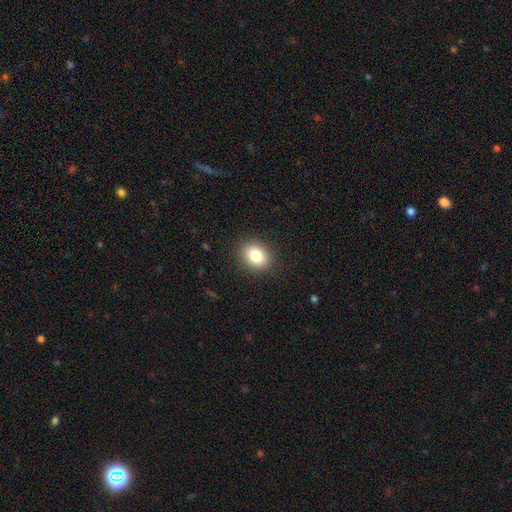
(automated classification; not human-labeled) smooth-or-featured: smooth: 82% | star or artifact: 10% | featured or disk: 8%
  how-rounded: in between: 53% | round: 46% | cigar-shaped: 1%
  merging: none: 89% | minor disturbance: 8% | major disturbance: 3% | merger: 1%